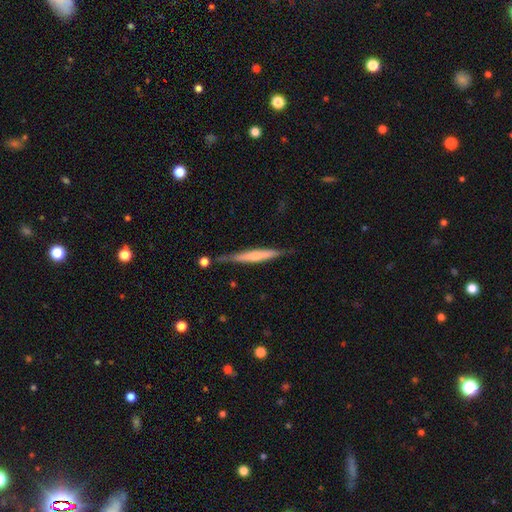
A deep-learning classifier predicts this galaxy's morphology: featured or disk 48%, smooth 46%, star or artifact 6%. Down the decision tree: merging — none (73%).